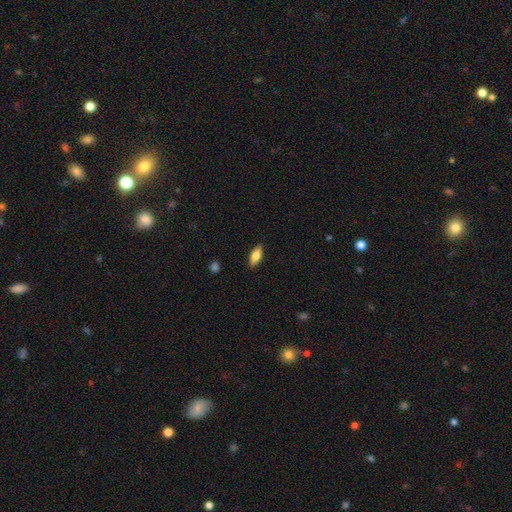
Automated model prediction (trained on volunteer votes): This is likely a smooth galaxy (69%). How rounded: likely in between (74%). Merging: clearly none (87%).